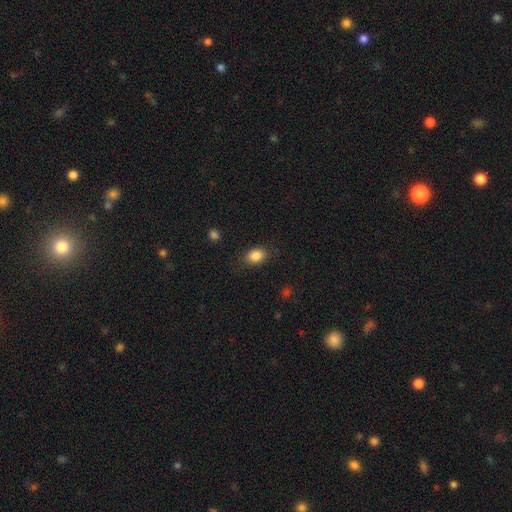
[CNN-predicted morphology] A smooth galaxy with no disk features (86%) that is in between round and cigar-shaped (73%).

Vote fractions:
- Smooth or featured? smooth: 86% / star or artifact: 9% / featured or disk: 6%
- How rounded? in between: 73% / round: 26% / cigar-shaped: 1%
- Merging? none: 82% / minor disturbance: 13% / major disturbance: 4% / merger: 1%